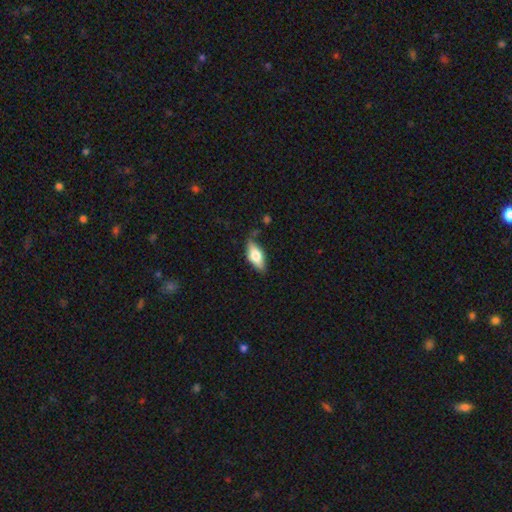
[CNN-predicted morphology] Smooth or featured: smooth — 62% (featured or disk — 31%)
How rounded: in between — 80% (cigar-shaped — 17%)
Merging: none — 64% (minor disturbance — 25%)